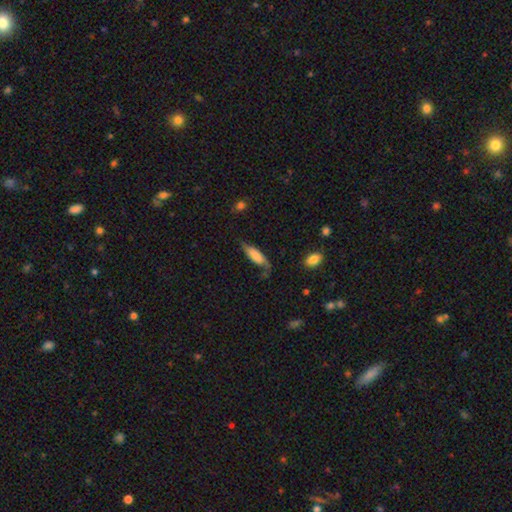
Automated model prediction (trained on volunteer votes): Smooth or featured: smooth — 64% (featured or disk — 29%)
How rounded: in between — 61% (cigar-shaped — 36%)
Merging: none — 52% (minor disturbance — 31%)